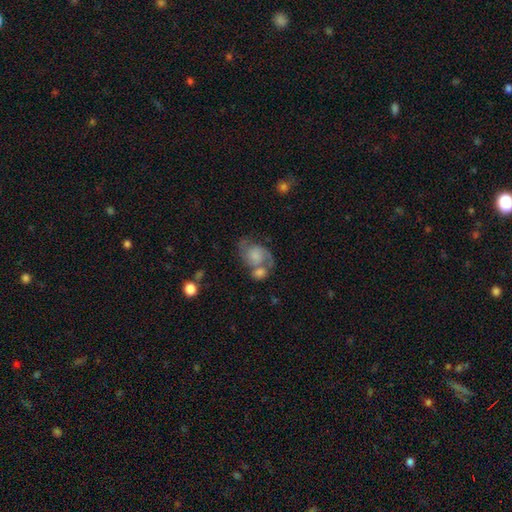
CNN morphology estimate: Smooth or featured? Predicted: featured or disk (p=0.61). Edge-on disk? Predicted: no (p=0.98). Bar? Predicted: no (p=0.71). Spiral arms? Predicted: yes (p=0.84). Bulge size? Predicted: none (p=0.33). Merging? Predicted: merger (p=0.37).